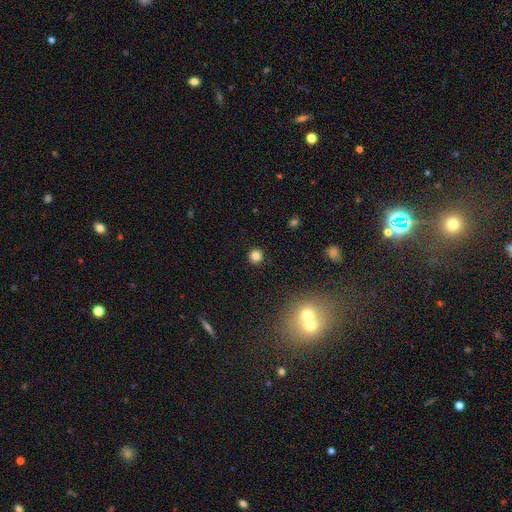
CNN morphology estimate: This is clearly a smooth galaxy (83%). How rounded: clearly round (94%). Merging: clearly none (92%).